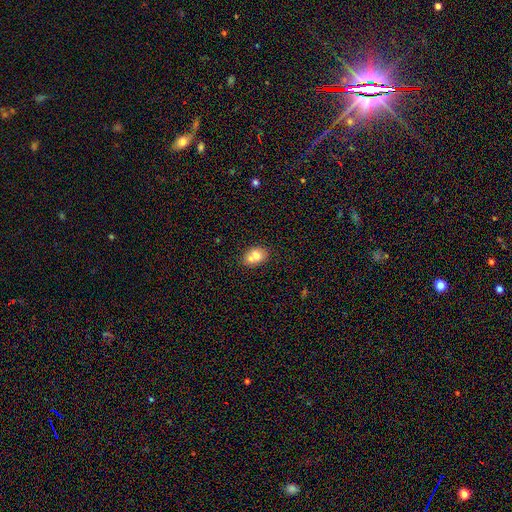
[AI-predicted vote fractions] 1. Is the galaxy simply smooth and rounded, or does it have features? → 71% smooth, 20% featured or disk, 10% star or artifact.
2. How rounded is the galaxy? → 58% in between, 41% round, 1% cigar-shaped.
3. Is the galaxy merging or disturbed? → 44% none, 42% merger, 11% minor disturbance, 3% major disturbance.